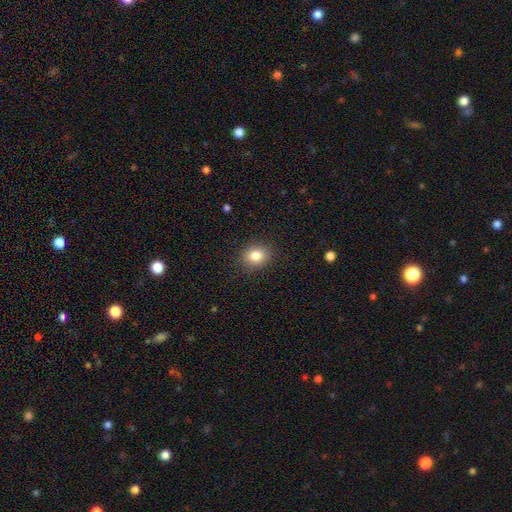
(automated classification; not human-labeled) A smooth galaxy with no disk features (82%) that is round (56%).

Vote fractions:
- Smooth or featured? smooth: 82% / star or artifact: 10% / featured or disk: 7%
- How rounded? round: 56% / in between: 43% / cigar-shaped: 1%
- Merging? none: 88% / minor disturbance: 8% / major disturbance: 3% / merger: 1%